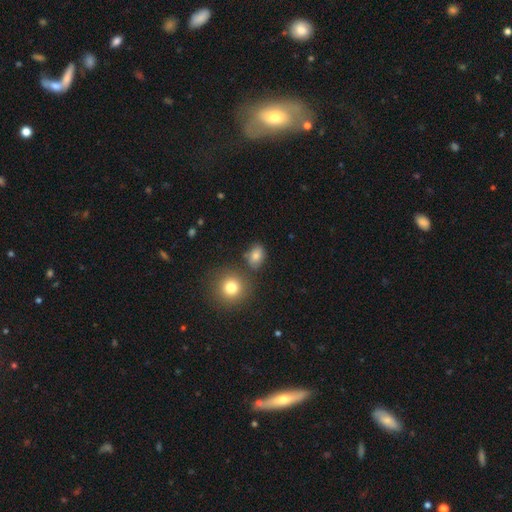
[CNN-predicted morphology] type=smooth (79%); roundness=in between (66%); merging=none (74%).